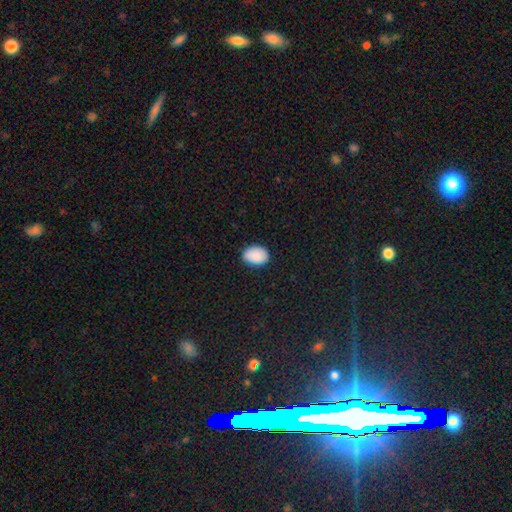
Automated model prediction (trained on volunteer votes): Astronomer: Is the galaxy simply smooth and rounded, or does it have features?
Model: smooth — 88%.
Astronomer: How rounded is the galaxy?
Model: in between — 77%.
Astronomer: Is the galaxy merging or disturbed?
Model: none — 84%.